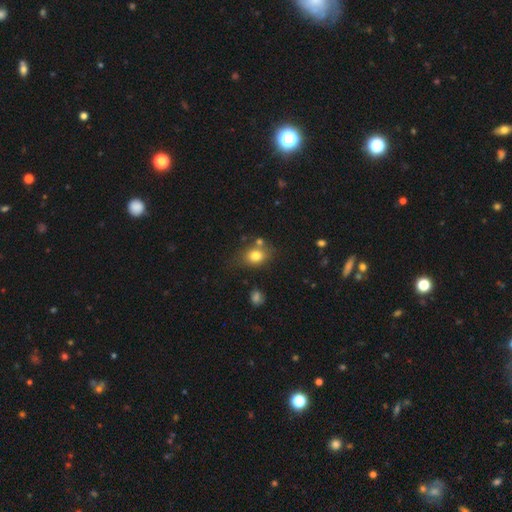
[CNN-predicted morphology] This appears to be a smooth galaxy with no disk features (78%) that is in between round and cigar-shaped (56%). Merging: none (66%).